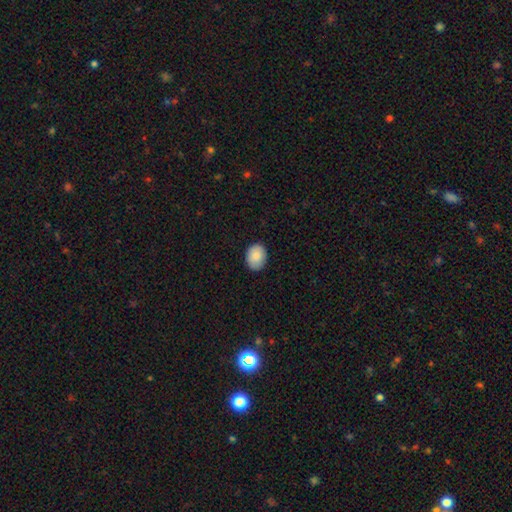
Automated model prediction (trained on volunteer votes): Q: Smooth or featured?
A: smooth (87%); runner-up: star or artifact (7%)
Q: How rounded?
A: in between (62%); runner-up: round (37%)
Q: Merging?
A: none (86%); runner-up: minor disturbance (11%)